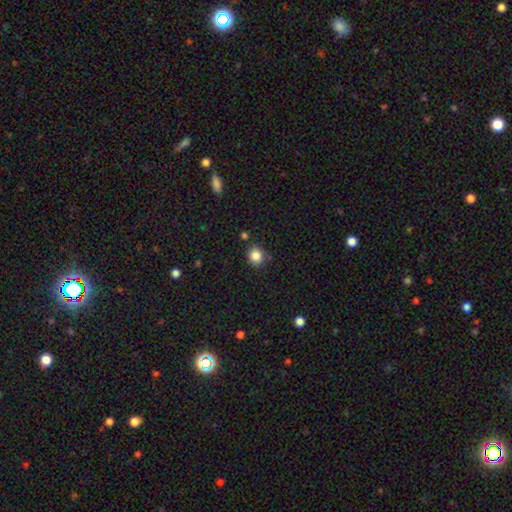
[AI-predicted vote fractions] Smooth or featured? smooth (85%)
How rounded? round (81%)
Merging? none (79%)